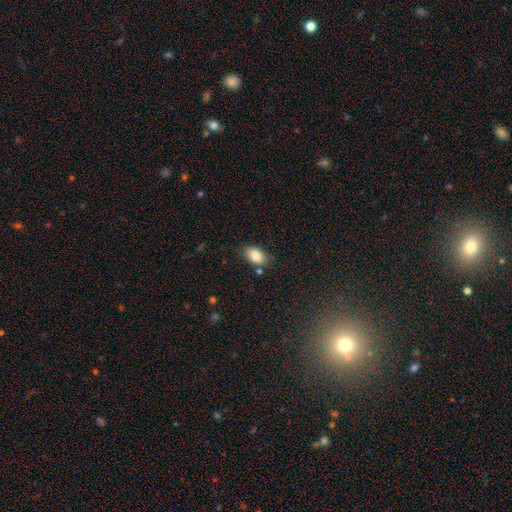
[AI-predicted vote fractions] Morphology: type=smooth (83%); roundness=in between (90%); merging=none (77%).